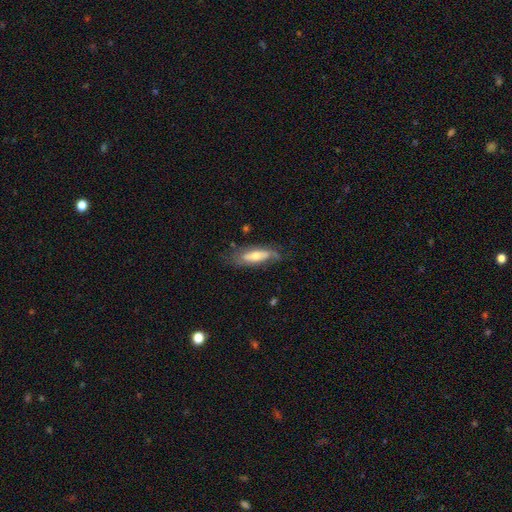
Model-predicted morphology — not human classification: This appears to be a featured or disk galaxy (55%). Merging: none (63%).